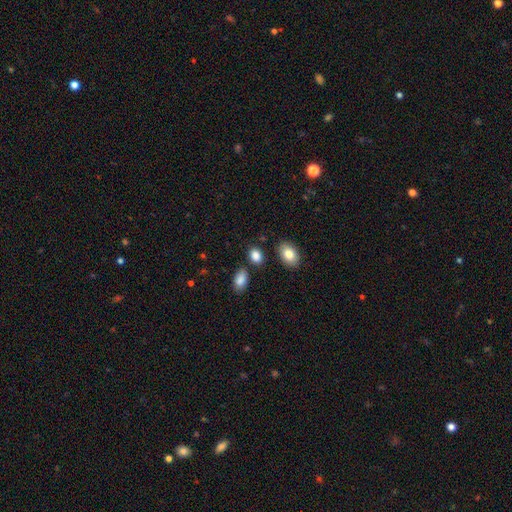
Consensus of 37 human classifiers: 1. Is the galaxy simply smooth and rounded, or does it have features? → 89% smooth, 5% featured or disk, 5% star or artifact.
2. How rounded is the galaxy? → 91% in between, 9% round, 0% cigar-shaped.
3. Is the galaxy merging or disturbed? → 86% none, 9% minor disturbance, 6% merger, 0% major disturbance.